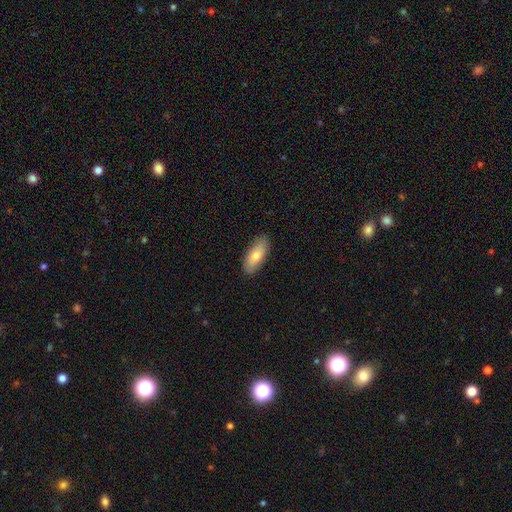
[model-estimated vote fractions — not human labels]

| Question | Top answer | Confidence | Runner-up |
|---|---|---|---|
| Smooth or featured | smooth | 76% | featured or disk (18%) |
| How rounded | in between | 79% | cigar-shaped (18%) |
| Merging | none | 89% | minor disturbance (8%) |